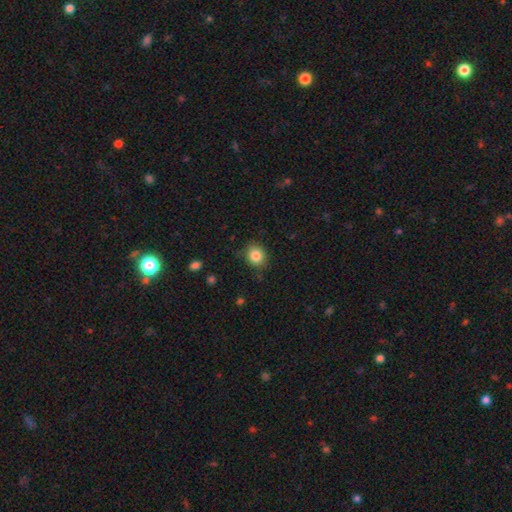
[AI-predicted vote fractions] Smooth or featured: smooth — 85% (star or artifact — 10%)
How rounded: round — 71% (in between — 28%)
Merging: none — 82% (minor disturbance — 14%)